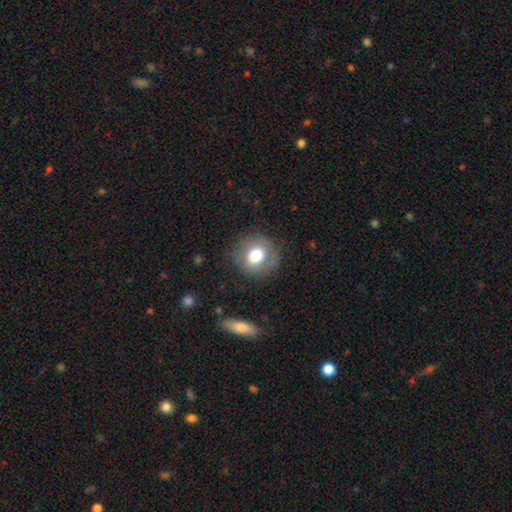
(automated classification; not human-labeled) A smooth galaxy with no disk features (69%) that is round (85%).

Vote fractions:
- Smooth or featured? smooth: 69% / featured or disk: 21% / star or artifact: 10%
- How rounded? round: 85% / in between: 14% / cigar-shaped: 1%
- Merging? none: 80% / minor disturbance: 13% / major disturbance: 6% / merger: 1%